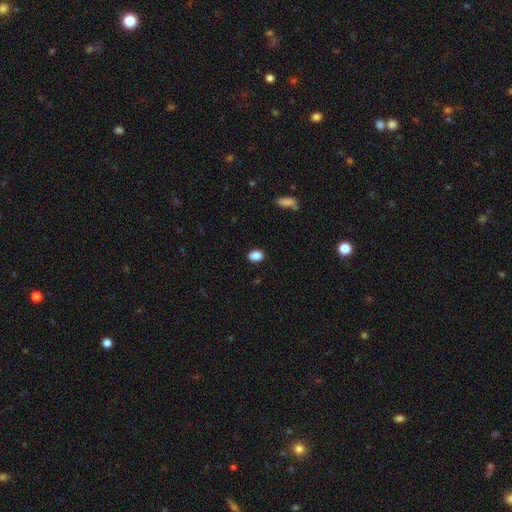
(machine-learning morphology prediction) This is clearly a smooth galaxy (88%). How rounded: likely in between (72%). Merging: clearly none (84%).